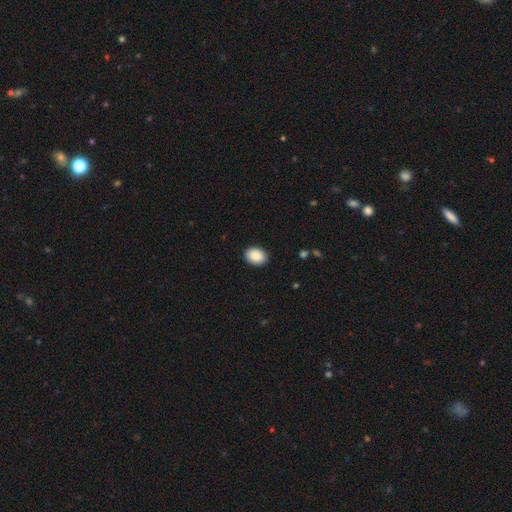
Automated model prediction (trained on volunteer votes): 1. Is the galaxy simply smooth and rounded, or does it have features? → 90% smooth, 7% star or artifact, 3% featured or disk.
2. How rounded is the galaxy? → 71% in between, 28% round, 1% cigar-shaped.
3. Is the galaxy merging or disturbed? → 90% none, 7% minor disturbance, 2% major disturbance, 1% merger.